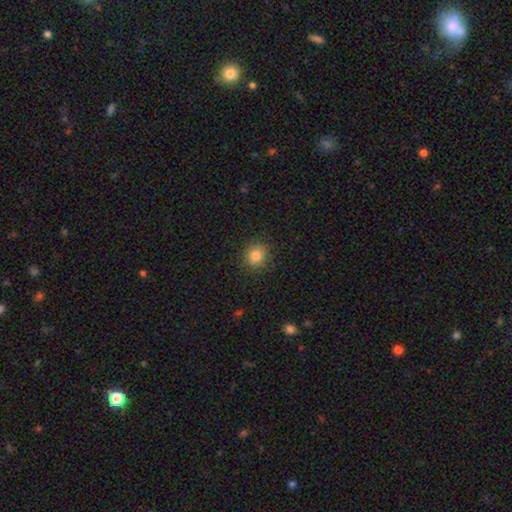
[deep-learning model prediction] Q: Smooth or featured?
A: smooth (84%); runner-up: star or artifact (11%)
Q: How rounded?
A: round (86%); runner-up: in between (13%)
Q: Merging?
A: none (89%); runner-up: minor disturbance (7%)